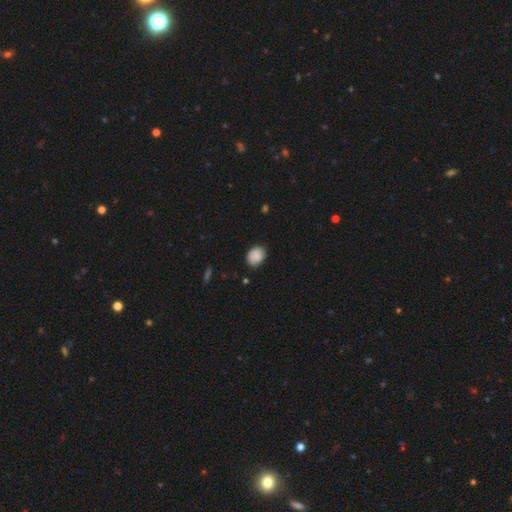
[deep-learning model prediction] smooth 87%, star or artifact 8%, featured or disk 6%. Down the decision tree: how rounded — in between (58%); merging — none (78%).